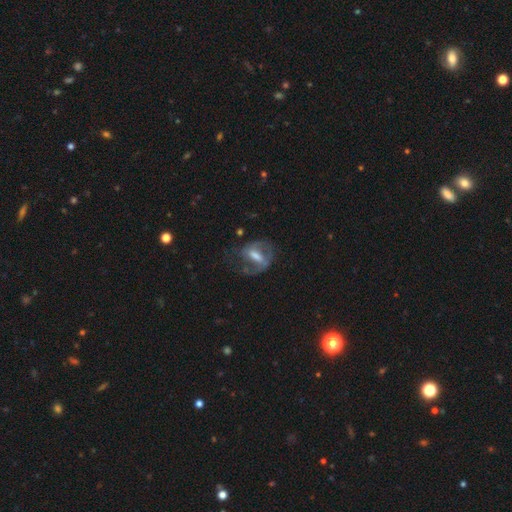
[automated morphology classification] The model was most divided on "bar": strong: 44%, weak: 40%, no: 16%. Remaining: edge-on disk — no (93%); spiral arms — yes (72%); smooth or featured — featured or disk (67%); bulge size — moderate (46%); merging — none (45%).